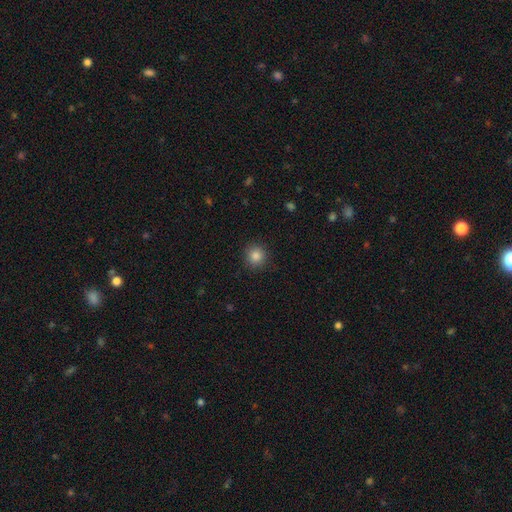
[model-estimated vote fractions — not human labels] This appears to be a smooth galaxy with no disk features (84%) that is round (92%). Merging: none (90%).